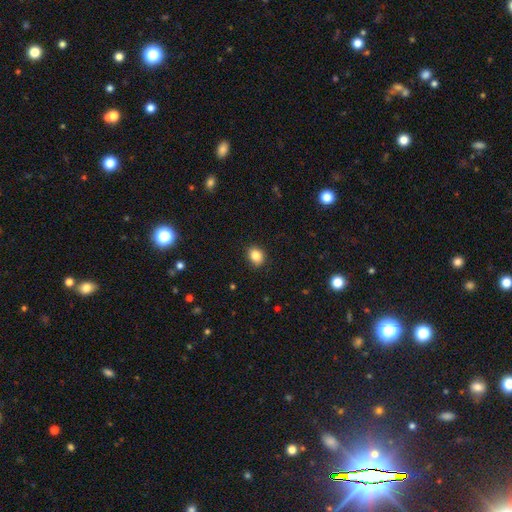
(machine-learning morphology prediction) This is clearly a smooth galaxy (85%). How rounded: possibly round (55%). Merging: clearly none (89%).